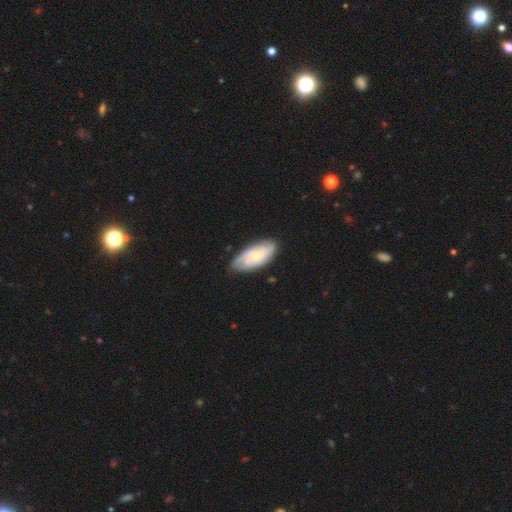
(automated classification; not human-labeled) The model was most divided on "bulge size": small: 54%, moderate: 41%, large: 2%, none: 2%, dominant: 1%. More confident: edge-on disk — no (92%); spiral arms — yes (88%); merging — none (78%); bar — no (73%); smooth or featured — featured or disk (60%).